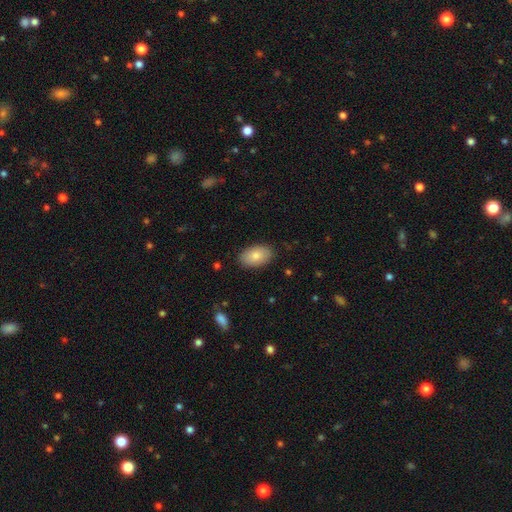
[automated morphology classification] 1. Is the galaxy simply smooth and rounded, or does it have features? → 83% smooth, 11% featured or disk, 7% star or artifact.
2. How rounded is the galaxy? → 93% in between, 6% round, 1% cigar-shaped.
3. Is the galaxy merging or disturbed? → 87% none, 10% minor disturbance, 2% major disturbance, 1% merger.